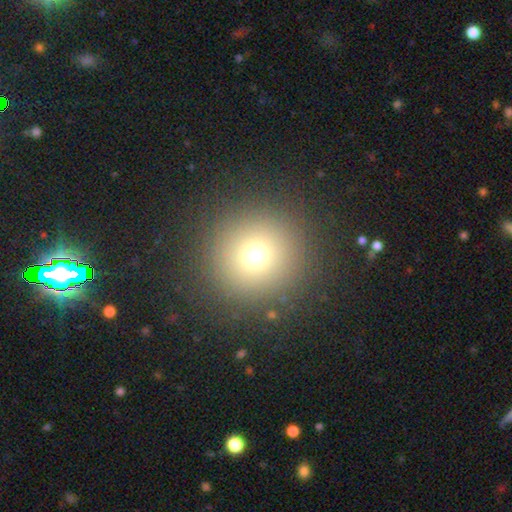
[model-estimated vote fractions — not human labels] Q: Smooth or featured?
A: smooth (71%); runner-up: star or artifact (19%)
Q: How rounded?
A: round (95%); runner-up: in between (4%)
Q: Merging?
A: none (89%); runner-up: minor disturbance (6%)